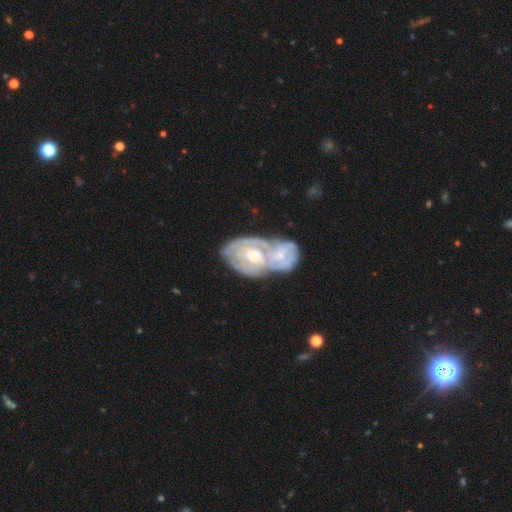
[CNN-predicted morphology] type=featured or disk (73%); edge-on=no (95%); bar=no (72%); spiral arms=yes (66%); bulge=moderate (63%); merging=merger (66%).